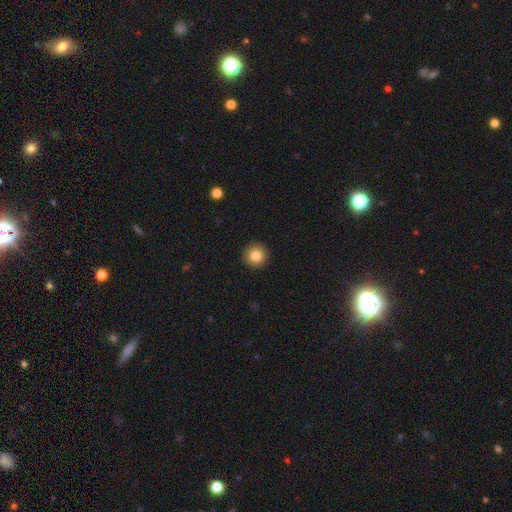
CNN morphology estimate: Smooth or featured? Predicted: smooth (p=0.83). How rounded? Predicted: round (p=0.96). Merging? Predicted: none (p=0.94).